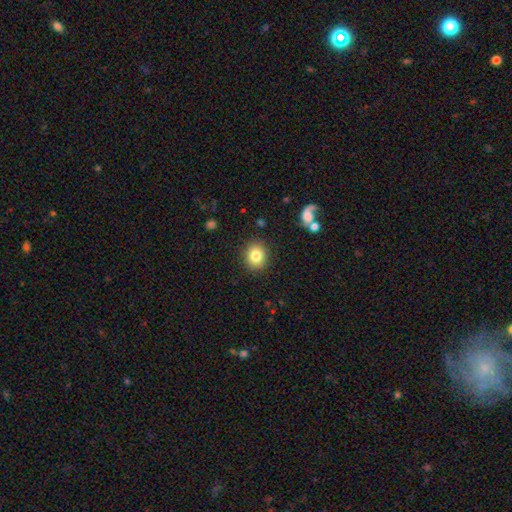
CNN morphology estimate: Smooth or featured?
  - smooth: 83% *
  - star or artifact: 10%
  - featured or disk: 8%
How rounded?
  - round: 71% *
  - in between: 28%
  - cigar-shaped: 1%
Merging?
  - none: 89% *
  - minor disturbance: 7%
  - major disturbance: 2%
  - merger: 2%